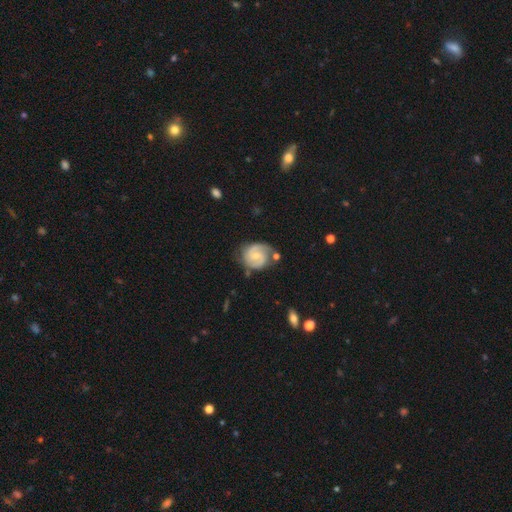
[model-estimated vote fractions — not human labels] This is clearly a featured or disk galaxy (85%). It is clearly not viewed edge-on (98%). Bar: possibly no (46%). Spiral arm pattern: clearly yes (97%). Spiral arm count: clearly 2 (88%). Spiral winding: possibly medium (49%). Central bulge: likely small (62%). Merging: likely none (68%).